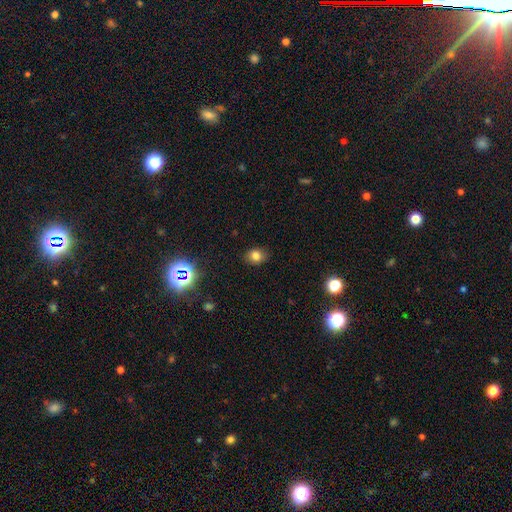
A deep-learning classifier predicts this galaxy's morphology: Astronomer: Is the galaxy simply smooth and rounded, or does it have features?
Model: smooth — 78%.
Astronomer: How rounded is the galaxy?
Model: round — 54% (runner-up: in between, 45%).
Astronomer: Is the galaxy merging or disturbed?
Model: none — 84%.